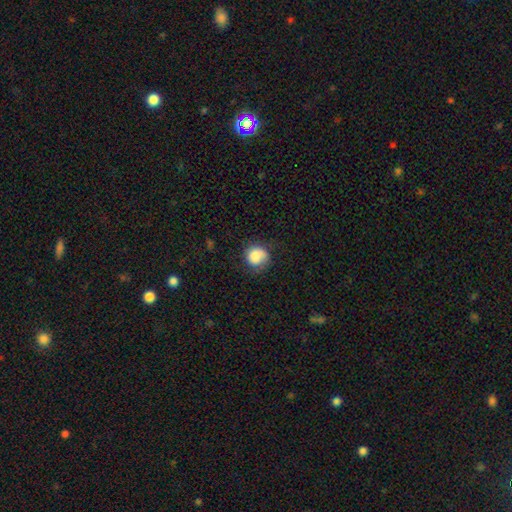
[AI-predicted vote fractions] smooth 82%, featured or disk 10%, star or artifact 8%. Down the decision tree: how rounded — round (82%); merging — none (60%).